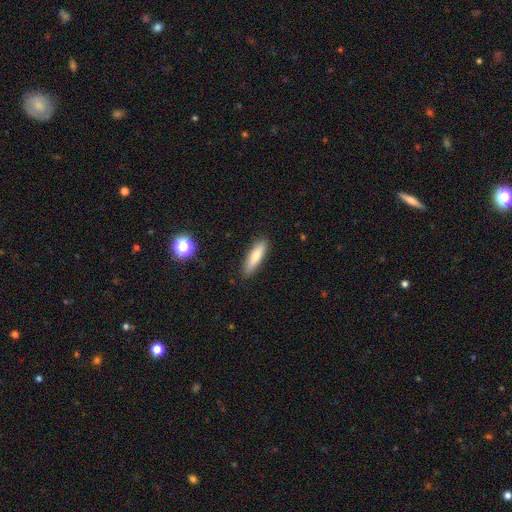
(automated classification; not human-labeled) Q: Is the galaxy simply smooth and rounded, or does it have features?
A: smooth — 72%.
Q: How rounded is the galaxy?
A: cigar-shaped — 69%.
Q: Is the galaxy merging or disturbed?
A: none — 88%.